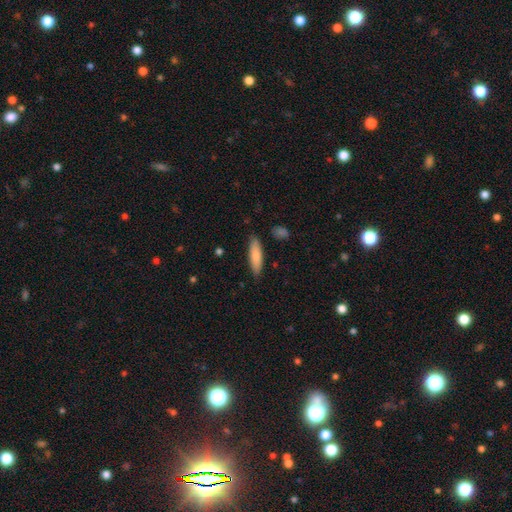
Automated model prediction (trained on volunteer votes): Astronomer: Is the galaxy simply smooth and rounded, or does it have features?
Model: smooth — 82%.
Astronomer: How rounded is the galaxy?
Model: cigar-shaped — 66%.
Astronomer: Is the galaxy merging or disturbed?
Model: none — 87%.